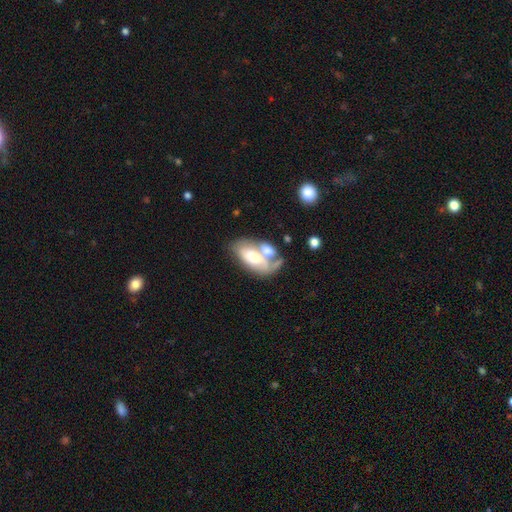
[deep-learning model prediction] A smooth galaxy with no disk features (51%) that is in between round and cigar-shaped (89%).

Vote fractions:
- Smooth or featured? smooth: 51% / featured or disk: 41% / star or artifact: 8%
- How rounded? in between: 89% / cigar-shaped: 6% / round: 5%
- Merging? merger: 43% / none: 29% / minor disturbance: 16% / major disturbance: 13%